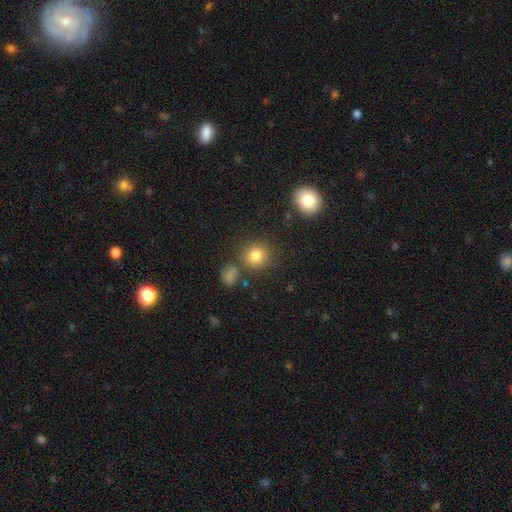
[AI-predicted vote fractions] The model was most divided on "merging": none: 78%, minor disturbance: 10%, merger: 8%, major disturbance: 4%. More confident: how rounded — round (87%); smooth or featured — smooth (81%).